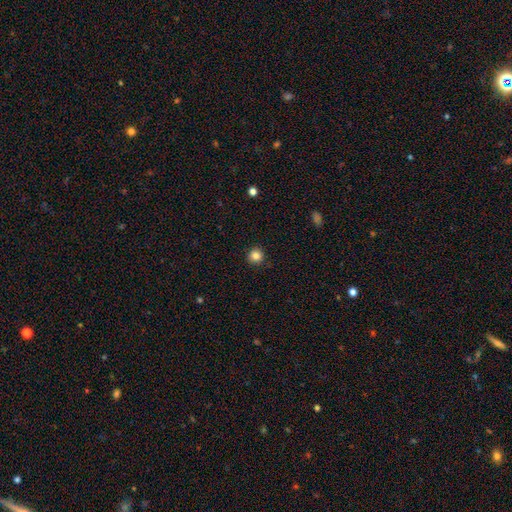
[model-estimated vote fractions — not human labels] Smooth or featured: smooth — 83% (star or artifact — 11%)
How rounded: round — 94% (in between — 5%)
Merging: none — 92% (minor disturbance — 6%)